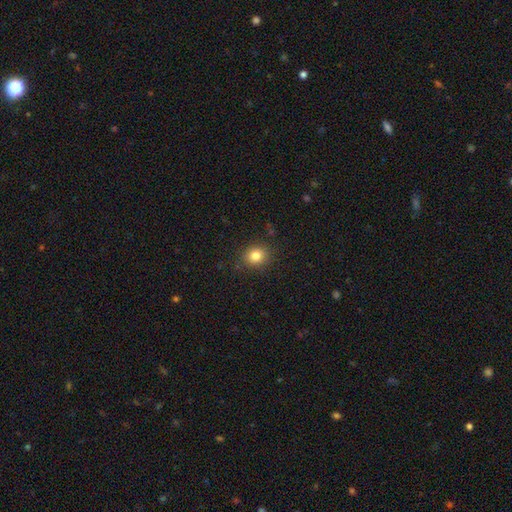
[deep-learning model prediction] Q: Smooth or featured?
A: smooth (83%); runner-up: star or artifact (11%)
Q: How rounded?
A: round (75%); runner-up: in between (24%)
Q: Merging?
A: none (88%); runner-up: minor disturbance (9%)